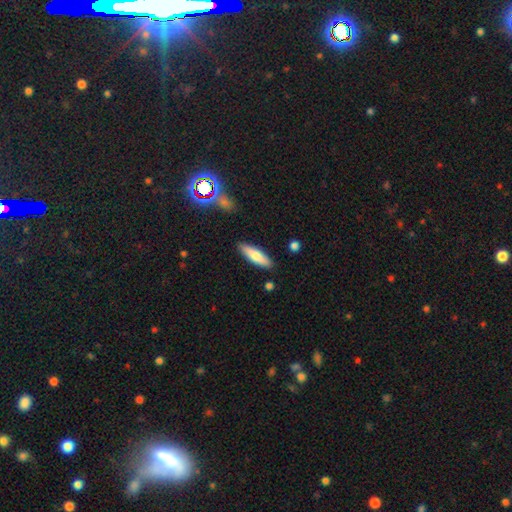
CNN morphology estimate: This is likely a smooth galaxy (72%). How rounded: possibly cigar-shaped (59%). Merging: clearly none (87%).